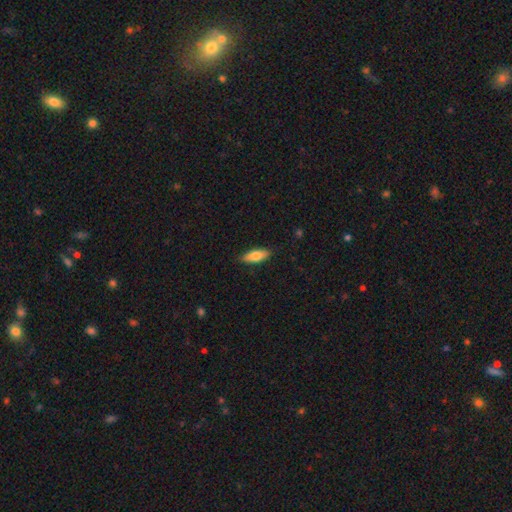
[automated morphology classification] smooth_or_featured: smooth (p=0.78) [alt: featured or disk p=0.16]
how_rounded: in between (p=0.71) [alt: cigar-shaped p=0.27]
merging: none (p=0.86) [alt: minor disturbance p=0.11]